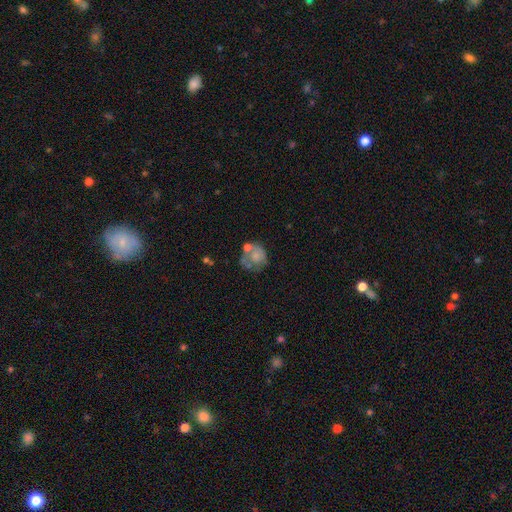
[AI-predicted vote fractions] A smooth galaxy with no disk features (51%) that is round (71%). Merging: none (37%).